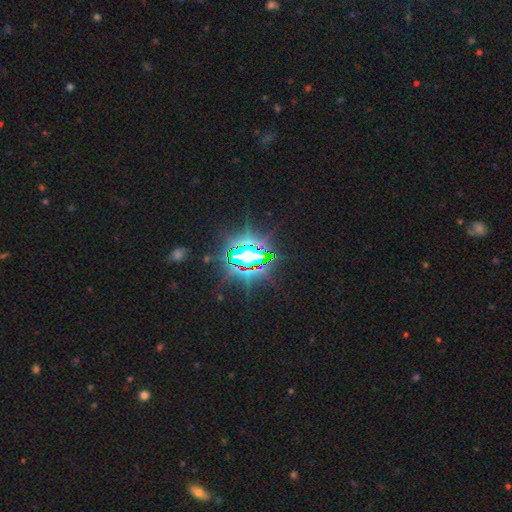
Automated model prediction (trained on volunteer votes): smooth_or_featured: star or artifact (p=0.79) [alt: smooth p=0.11]